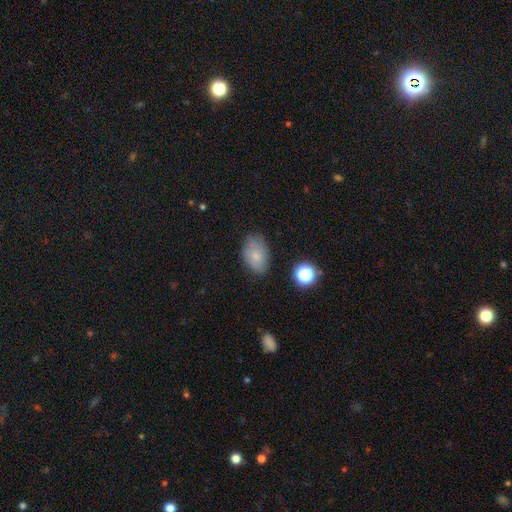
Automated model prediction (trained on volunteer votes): Smooth or featured?
  - smooth: 72% *
  - featured or disk: 18%
  - star or artifact: 10%
How rounded?
  - in between: 87% *
  - round: 12%
  - cigar-shaped: 1%
Merging?
  - none: 74% *
  - minor disturbance: 19%
  - major disturbance: 5%
  - merger: 2%